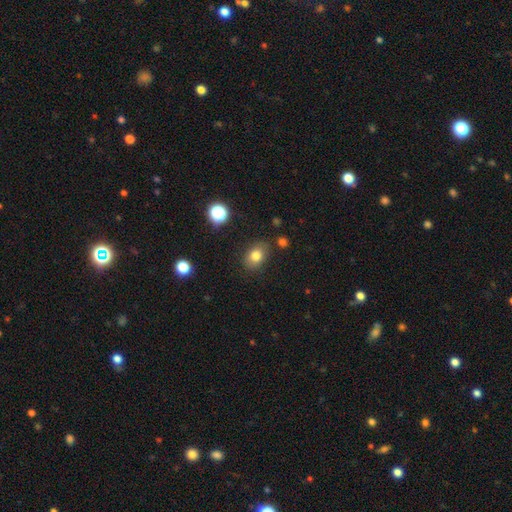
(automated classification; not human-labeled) Q: Smooth or featured?
A: smooth (79%); runner-up: star or artifact (12%)
Q: How rounded?
A: in between (65%); runner-up: round (34%)
Q: Merging?
A: none (82%); runner-up: minor disturbance (12%)